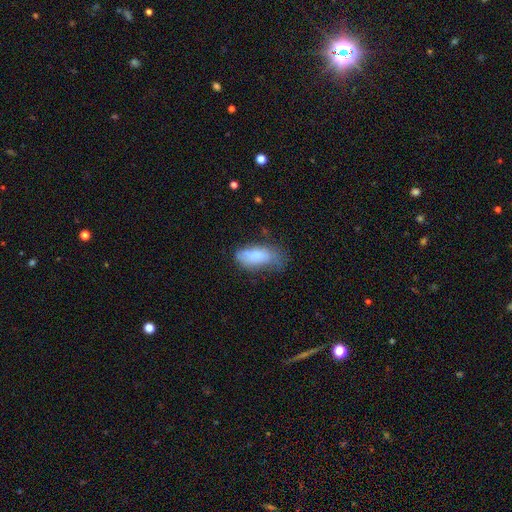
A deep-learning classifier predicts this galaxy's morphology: The model was most divided on "merging" (2-way tie): none: 36%, minor disturbance: 36%, major disturbance: 23%, merger: 5%. More confident: how rounded — in between (87%); smooth or featured — smooth (74%).